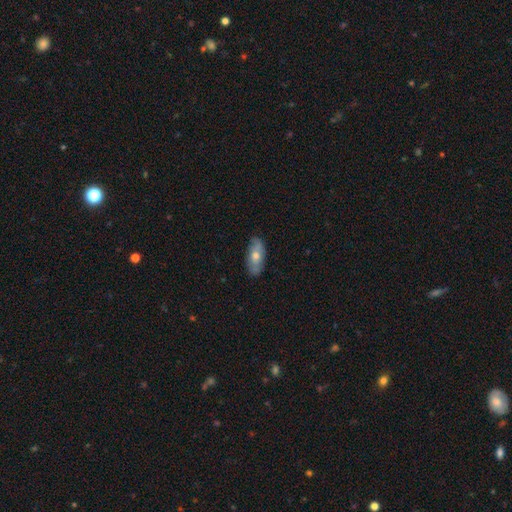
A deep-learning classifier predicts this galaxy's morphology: Smooth or featured?
  - smooth: 55% *
  - featured or disk: 38%
  - star or artifact: 7%
How rounded?
  - in between: 81% *
  - cigar-shaped: 15%
  - round: 3%
Merging?
  - none: 84% *
  - minor disturbance: 12%
  - major disturbance: 2%
  - merger: 1%